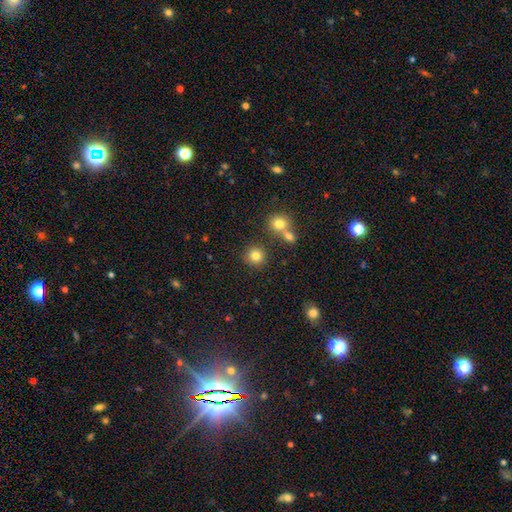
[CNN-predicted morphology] smooth_or_featured: smooth (p=0.81) [alt: star or artifact p=0.12]
how_rounded: round (p=0.91) [alt: in between p=0.08]
merging: none (p=0.82) [alt: merger p=0.08]